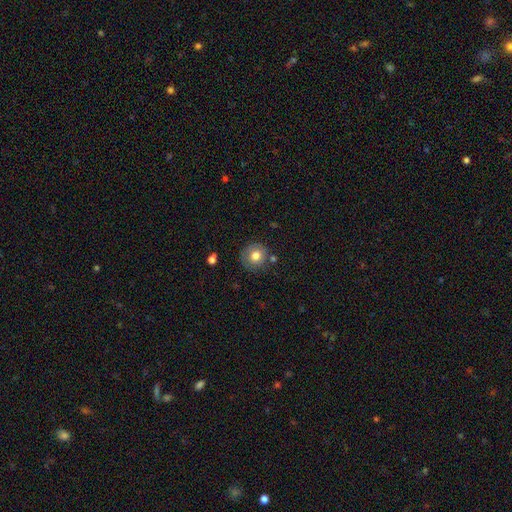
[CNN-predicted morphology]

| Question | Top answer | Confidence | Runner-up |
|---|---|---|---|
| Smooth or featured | smooth | 76% | featured or disk (14%) |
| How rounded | round | 92% | in between (7%) |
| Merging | none | 81% | minor disturbance (11%) |